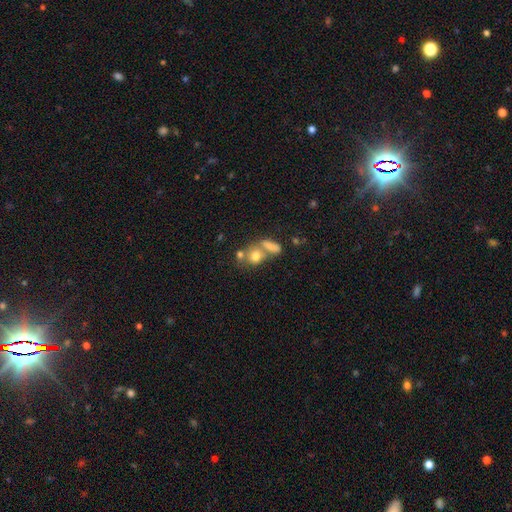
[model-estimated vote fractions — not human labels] This appears to be a smooth galaxy with no disk features (73%) that is round (59%). Merging: merger (45%).